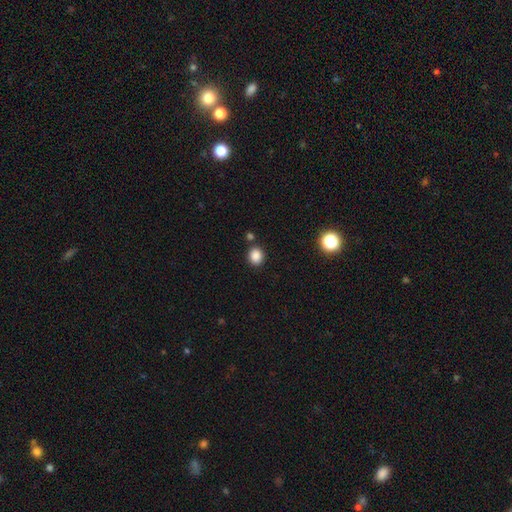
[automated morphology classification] smooth 85%, star or artifact 11%, featured or disk 4%. Down the decision tree: how rounded — round (65%); merging — none (81%).